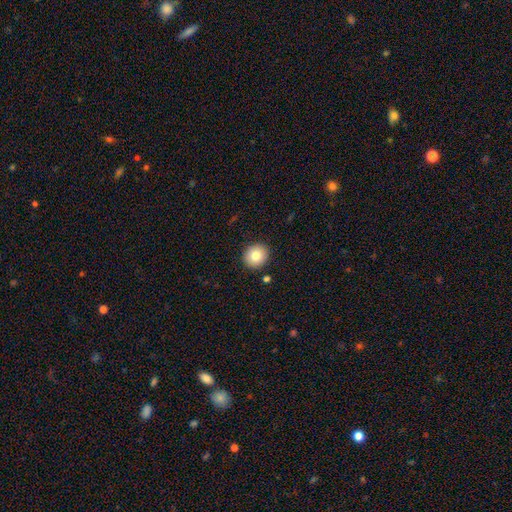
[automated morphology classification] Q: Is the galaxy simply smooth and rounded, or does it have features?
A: smooth — 80%.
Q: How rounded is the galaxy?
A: round — 90%.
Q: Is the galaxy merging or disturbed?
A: none — 91%.